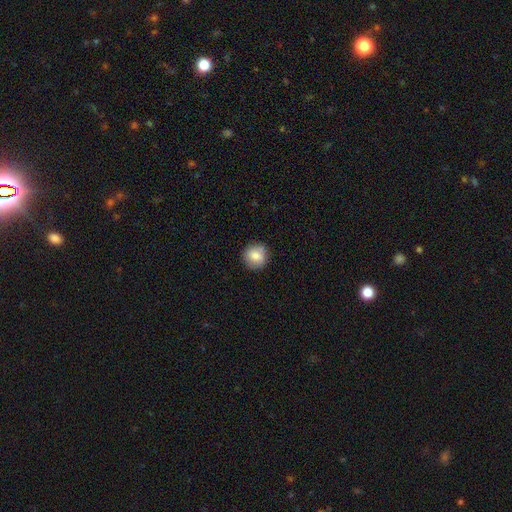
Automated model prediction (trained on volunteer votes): This is likely a smooth galaxy (79%). How rounded: clearly round (92%). Merging: clearly none (87%).